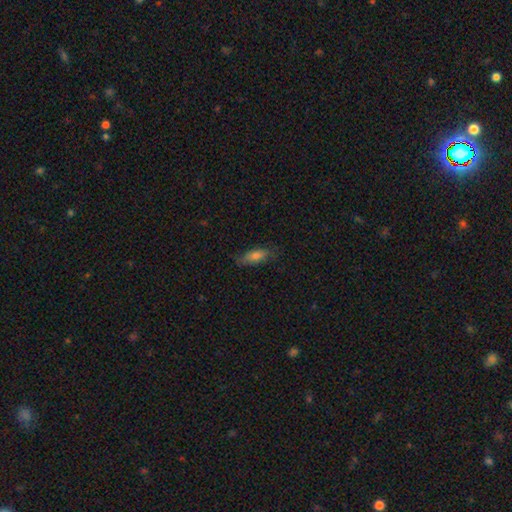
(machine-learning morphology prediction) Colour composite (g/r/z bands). It shows a smooth galaxy with no disk features (71%) that is in between round and cigar-shaped (61%). Merging: none (77%).